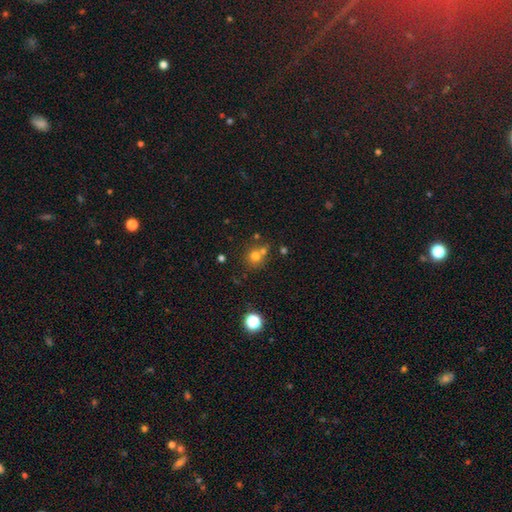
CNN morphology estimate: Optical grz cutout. It shows a smooth galaxy with no disk features (71%) that is round (87%). Merging: none (57%).